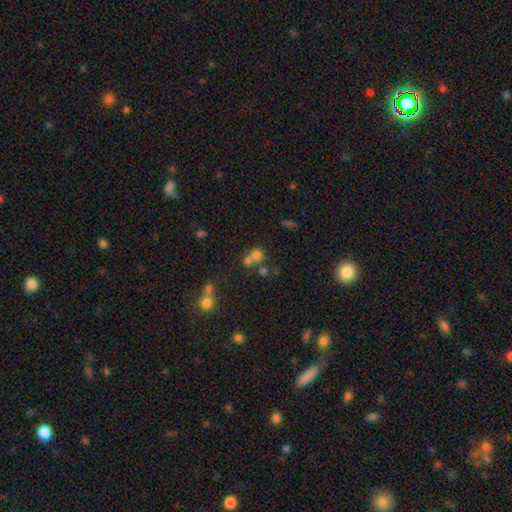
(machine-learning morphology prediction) type=smooth (65%); roundness=round (80%); merging=merger (48%).